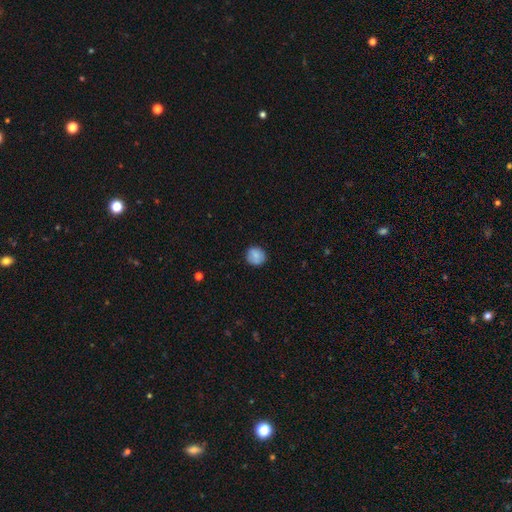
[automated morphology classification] Smooth or featured: smooth — 82% (featured or disk — 10%)
How rounded: round — 86% (in between — 13%)
Merging: none — 82% (minor disturbance — 14%)